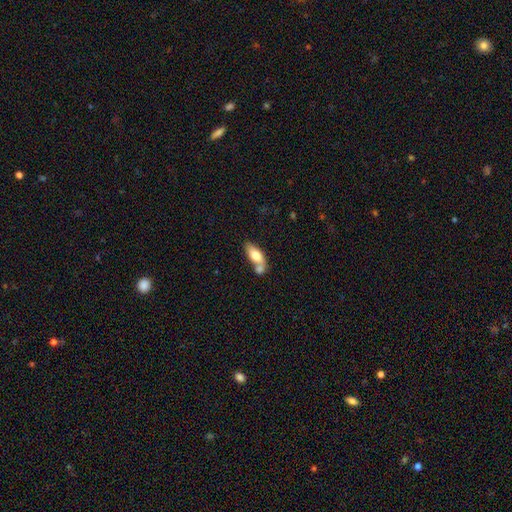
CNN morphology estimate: type=smooth (71%); roundness=in between (81%); merging=merger (47%).